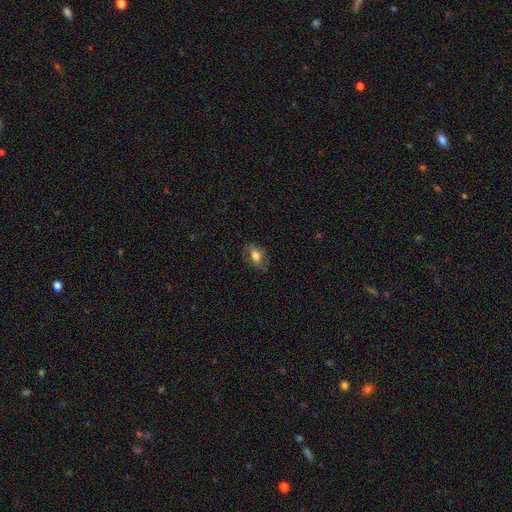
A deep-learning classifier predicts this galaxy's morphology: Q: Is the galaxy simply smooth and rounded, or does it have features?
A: smooth — 68%.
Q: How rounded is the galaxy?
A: in between — 83%.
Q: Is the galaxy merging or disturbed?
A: none — 71%.